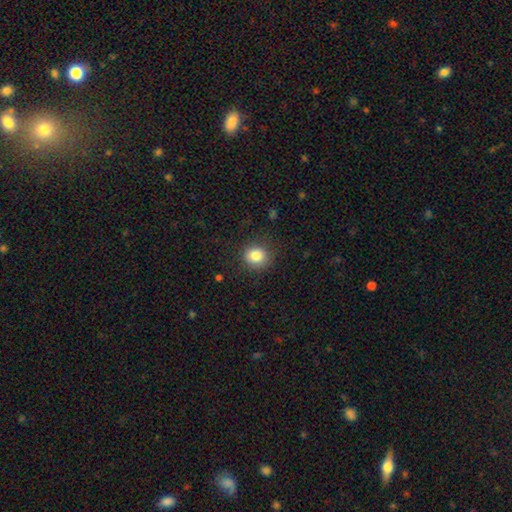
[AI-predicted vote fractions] The model was most divided on "how rounded": round: 83%, in between: 16%, cigar-shaped: 1%. More confident: merging — none (86%); smooth or featured — smooth (83%).